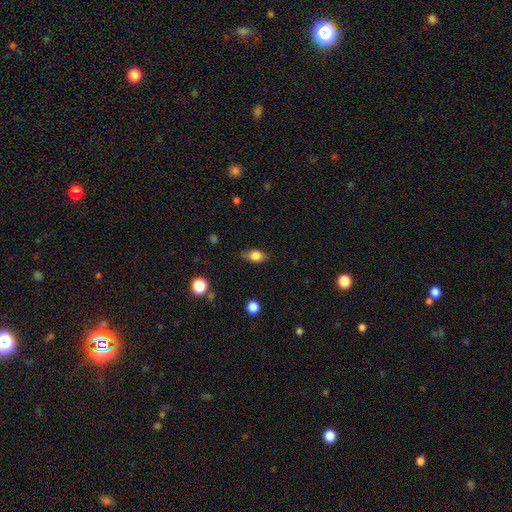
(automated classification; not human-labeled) smooth_or_featured: smooth (p=0.79) [alt: featured or disk p=0.12]
how_rounded: in between (p=0.75) [alt: round p=0.20]
merging: none (p=0.73) [alt: minor disturbance p=0.21]